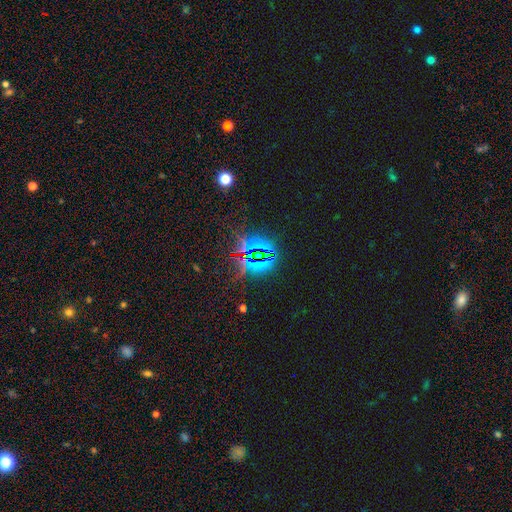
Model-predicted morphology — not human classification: This is likely a star or artifact rather than a galaxy (78%).